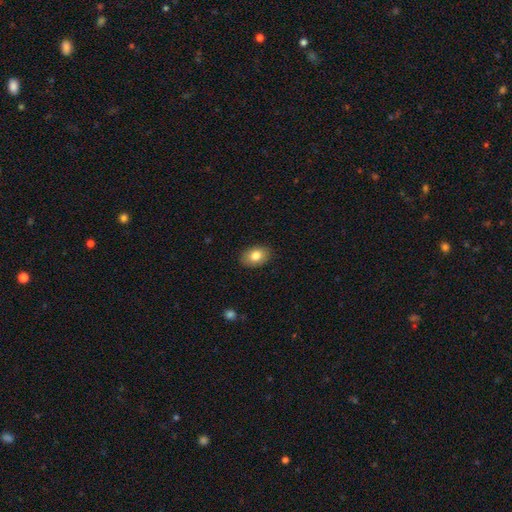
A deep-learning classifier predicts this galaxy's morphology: Smooth or featured? Predicted: smooth (p=0.82). How rounded? Predicted: in between (p=0.81). Merging? Predicted: none (p=0.88).